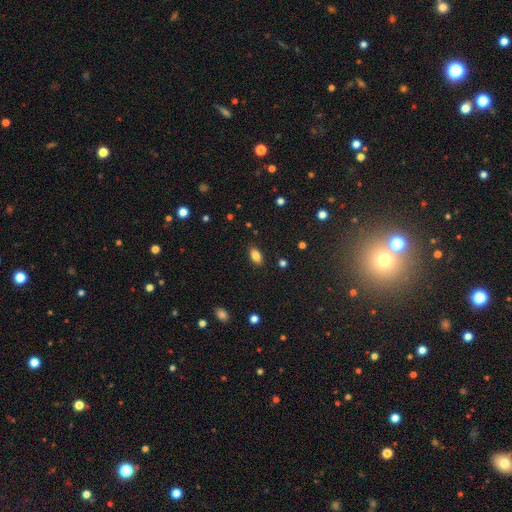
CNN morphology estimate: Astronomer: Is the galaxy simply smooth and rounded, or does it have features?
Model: smooth — 84%.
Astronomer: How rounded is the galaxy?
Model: in between — 90%.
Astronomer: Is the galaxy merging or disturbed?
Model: none — 87%.